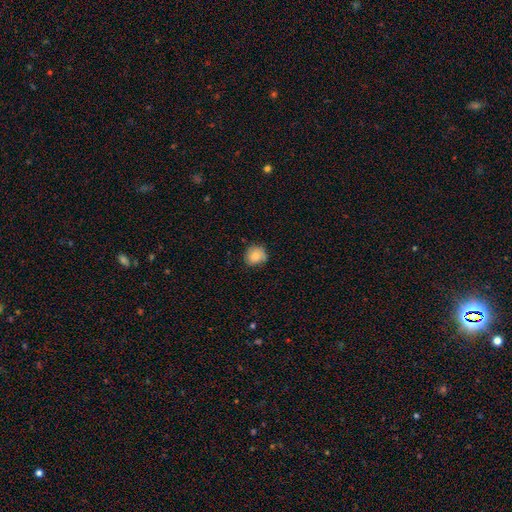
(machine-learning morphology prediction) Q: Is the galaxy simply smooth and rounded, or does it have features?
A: smooth — 81%.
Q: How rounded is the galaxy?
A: round — 79%.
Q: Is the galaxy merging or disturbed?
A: none — 71%.